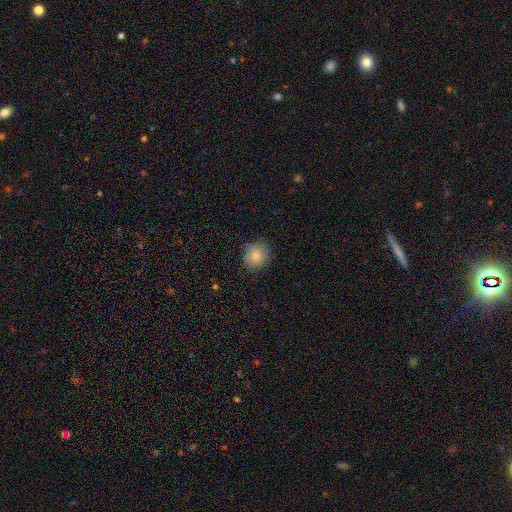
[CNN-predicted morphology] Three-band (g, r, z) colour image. It shows a smooth galaxy with no disk features (77%) that is round (81%). Merging: none (74%).